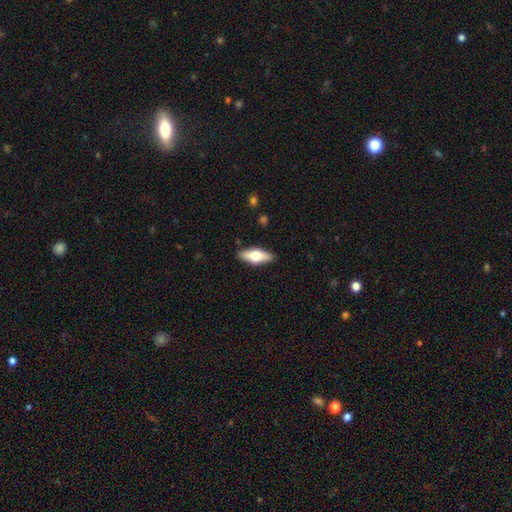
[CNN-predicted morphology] This appears to be a smooth galaxy with no disk features (56%) that is in between round and cigar-shaped (68%). Merging: none (89%).